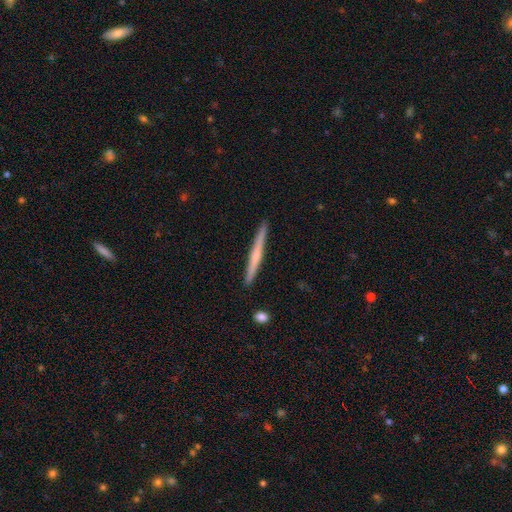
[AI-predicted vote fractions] Smooth or featured?
  - featured or disk: 51% *
  - smooth: 43%
  - star or artifact: 5%
Edge-on disk?
  - yes: 98% *
  - no: 2%
Edge-on bulge?
  - none: 47% *
  - rounded: 46%
  - boxy: 7%
Merging?
  - none: 92% *
  - minor disturbance: 6%
  - merger: 1%
  - major disturbance: 1%